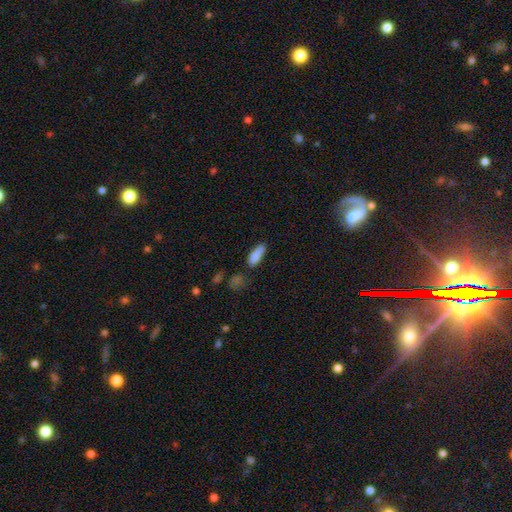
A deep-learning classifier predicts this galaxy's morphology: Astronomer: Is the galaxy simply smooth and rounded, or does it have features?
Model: smooth — 83%.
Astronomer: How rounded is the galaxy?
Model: in between — 55% (runner-up: cigar-shaped, 43%).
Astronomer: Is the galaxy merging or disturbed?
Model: none — 54%.